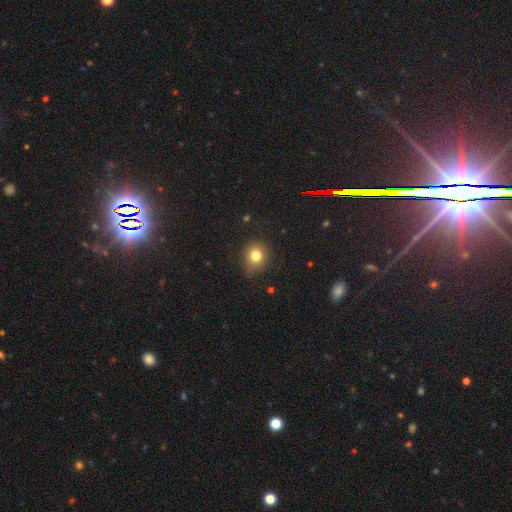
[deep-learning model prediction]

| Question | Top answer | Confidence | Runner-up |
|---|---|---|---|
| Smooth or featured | smooth | 78% | star or artifact (13%) |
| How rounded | round | 71% | in between (28%) |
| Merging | none | 68% | minor disturbance (24%) |